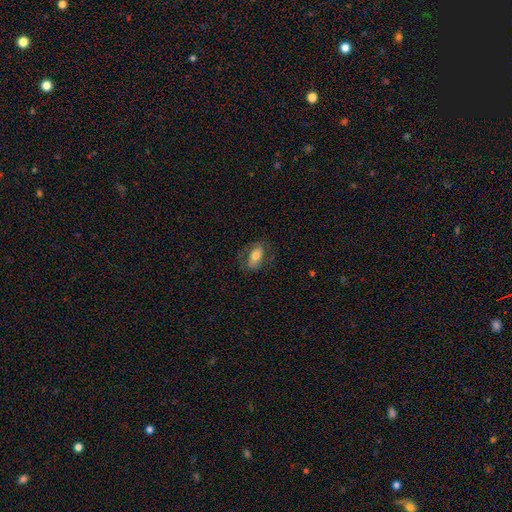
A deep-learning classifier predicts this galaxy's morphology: A smooth galaxy with no disk features (58%) that is in between round and cigar-shaped (86%). Merging: none (69%).